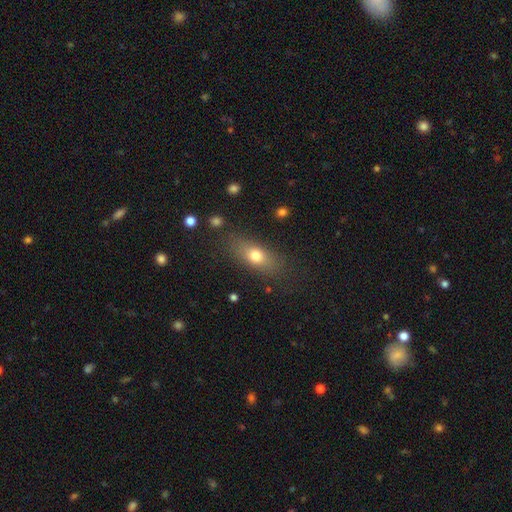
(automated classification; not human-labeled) smooth 72%, featured or disk 17%, star or artifact 10%. Down the decision tree: how rounded — in between (70%); merging — none (77%).